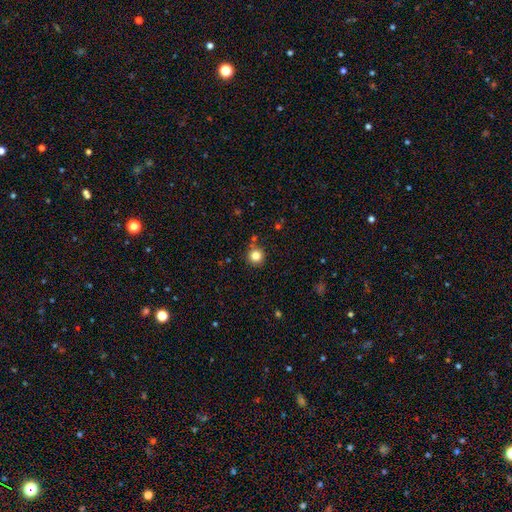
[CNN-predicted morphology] Smooth or featured: smooth — 83% (star or artifact — 12%)
How rounded: round — 95% (in between — 5%)
Merging: none — 83% (minor disturbance — 9%)